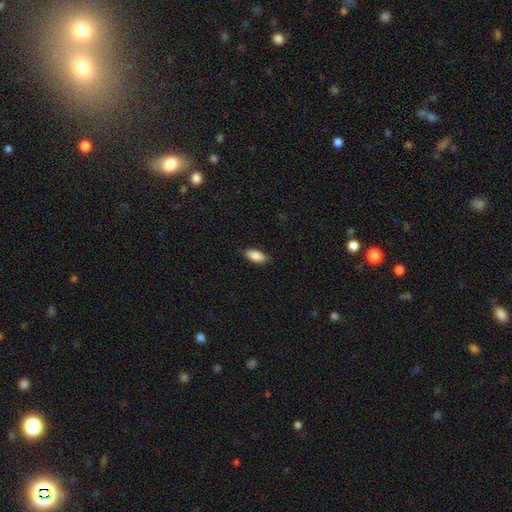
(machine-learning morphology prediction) type=smooth (88%); roundness=in between (91%); merging=none (87%).